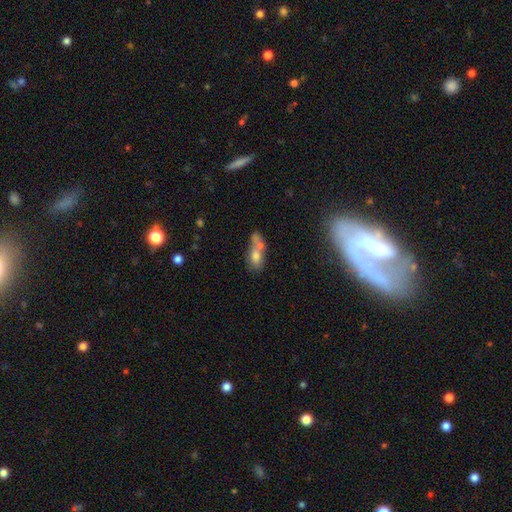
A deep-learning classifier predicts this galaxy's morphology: smooth 65%, featured or disk 24%, star or artifact 10%. Down the decision tree: how rounded — in between (74%); merging — merger (57%).